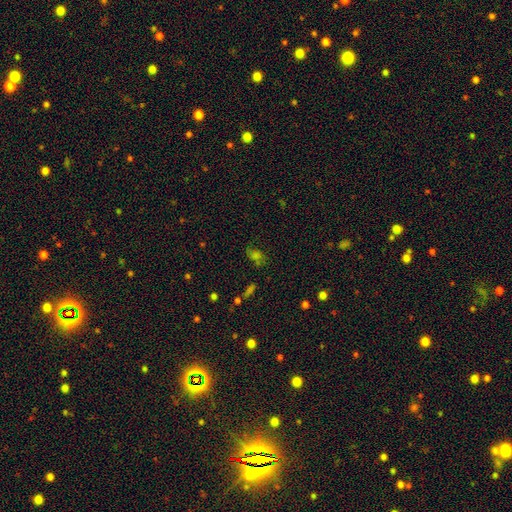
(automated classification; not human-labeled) A smooth galaxy with no disk features (51%) that is in between round and cigar-shaped (68%). Merging: none (65%).